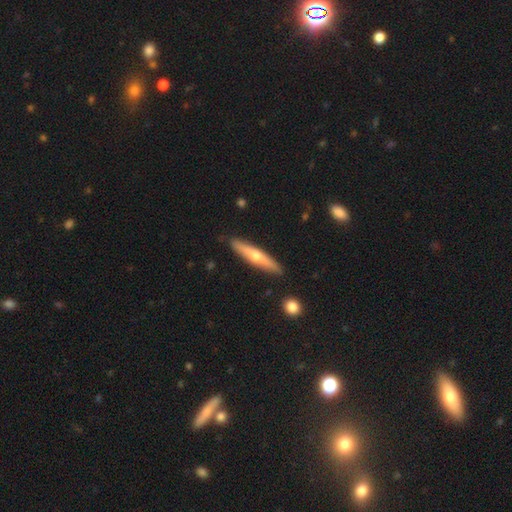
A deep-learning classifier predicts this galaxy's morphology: A featured or disk galaxy (48%).

Vote fractions:
- Smooth or featured? featured or disk: 48% / smooth: 47% / star or artifact: 6%
- Merging? none: 88% / minor disturbance: 9% / major disturbance: 2% / merger: 2%